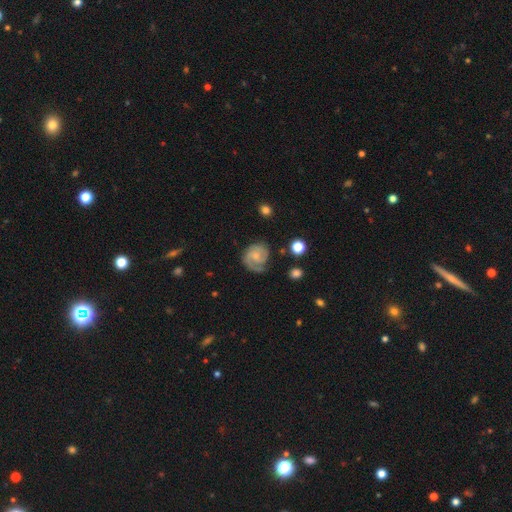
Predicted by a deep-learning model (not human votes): smooth-or-featured: featured or disk: 76% | smooth: 18% | star or artifact: 6%
  disk-edge-on: no: 98% | yes: 2%
    bar: no: 60% | weak: 35% | strong: 5%
    has-spiral-arms: yes: 94% | no: 6%
      spiral-winding: tight: 50% | medium: 38% | loose: 12%
      spiral-arm-count: 2: 55% | 1: 23% | can't tell: 12% | 3: 6% | 4: 2% | more than 4: 2%
    bulge-size: small: 60% | moderate: 27% | none: 10% | large: 2% | dominant: 1%
  merging: none: 68% | minor disturbance: 20% | major disturbance: 10% | merger: 2%